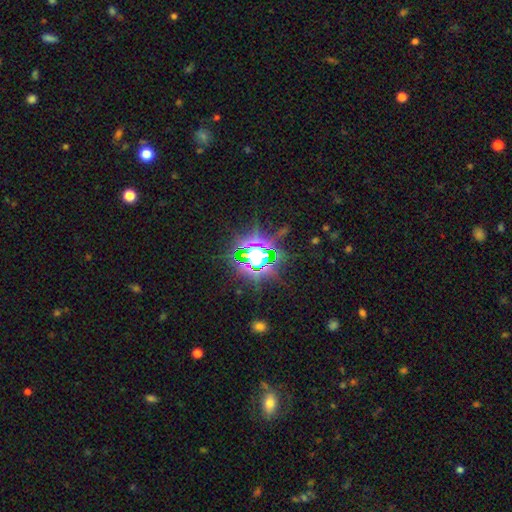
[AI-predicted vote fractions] A star or artifact, not a galaxy (77%).